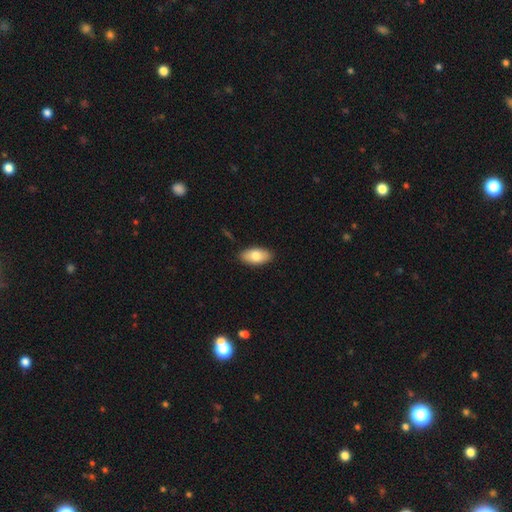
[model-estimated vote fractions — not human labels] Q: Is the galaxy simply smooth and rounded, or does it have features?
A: smooth — 78%.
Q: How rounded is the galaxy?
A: in between — 93%.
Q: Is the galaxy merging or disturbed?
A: none — 89%.